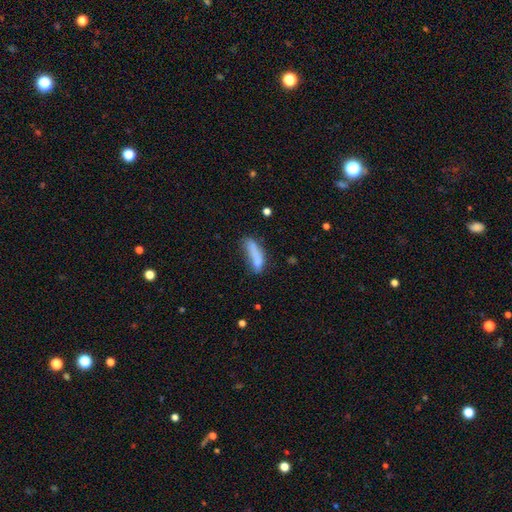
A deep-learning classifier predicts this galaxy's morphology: smooth 74%, featured or disk 16%, star or artifact 10%. Down the decision tree: how rounded — cigar-shaped (55%); merging — none (39%).